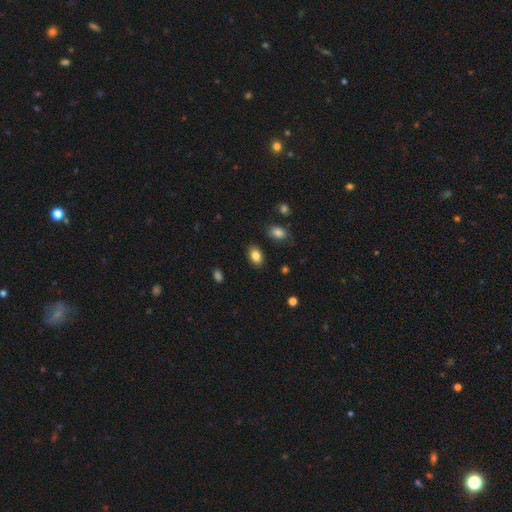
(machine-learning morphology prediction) The model was most divided on "how rounded": in between: 85%, round: 13%, cigar-shaped: 1%. More confident: merging — none (86%); smooth or featured — smooth (85%).